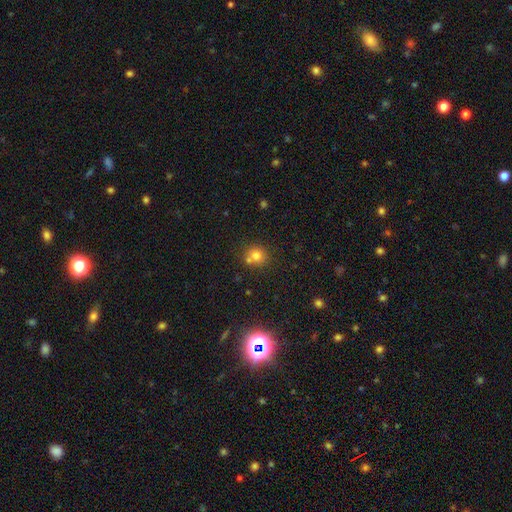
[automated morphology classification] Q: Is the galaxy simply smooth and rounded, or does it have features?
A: smooth — 76%.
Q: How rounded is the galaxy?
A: round — 86%.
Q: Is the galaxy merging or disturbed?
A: none — 63%.